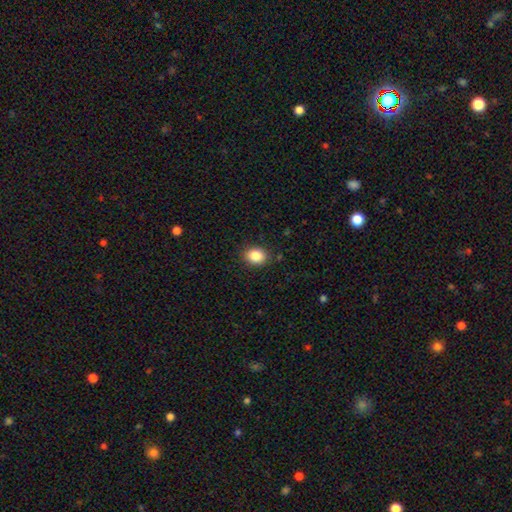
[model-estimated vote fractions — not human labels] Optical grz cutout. It shows a smooth galaxy with no disk features (86%) that is in between round and cigar-shaped (52%). Merging: none (88%).